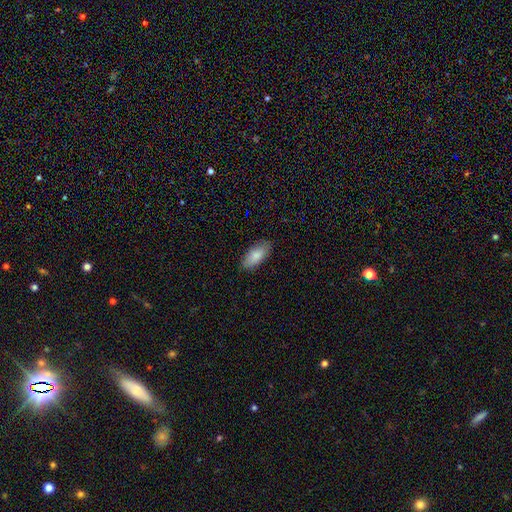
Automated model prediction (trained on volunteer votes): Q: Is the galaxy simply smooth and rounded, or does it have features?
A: smooth — 85%.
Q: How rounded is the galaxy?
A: in between — 89%.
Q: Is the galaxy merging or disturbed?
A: none — 86%.